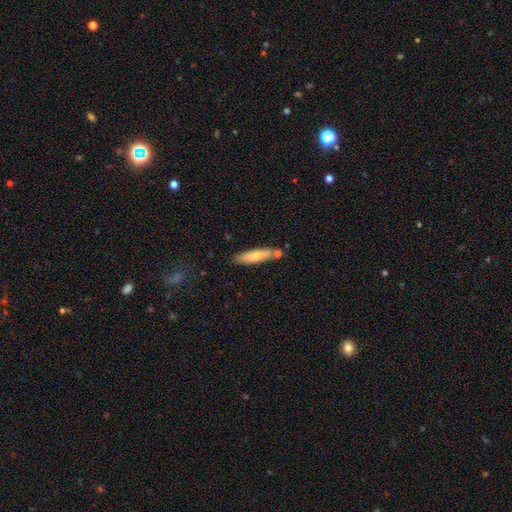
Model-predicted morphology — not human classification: smooth 68%, featured or disk 26%, star or artifact 6%. Down the decision tree: how rounded — cigar-shaped (78%); merging — none (74%).